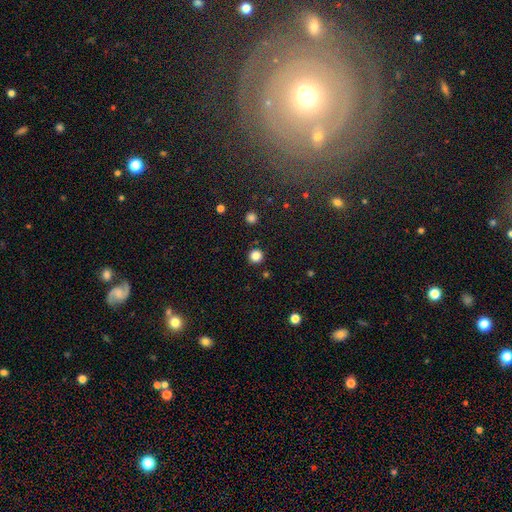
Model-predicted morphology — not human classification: Smooth or featured? smooth (84%)
How rounded? round (96%)
Merging? none (92%)